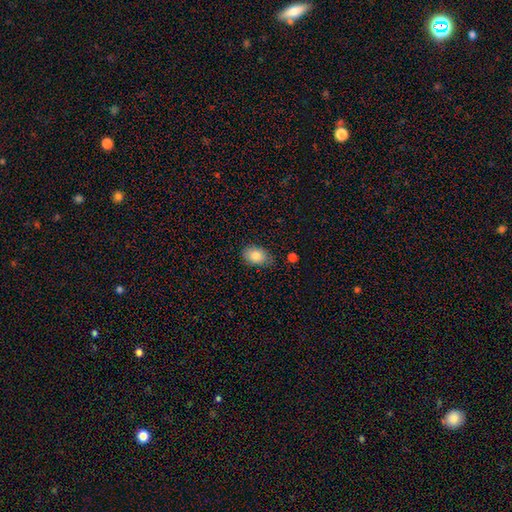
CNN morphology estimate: The model was most divided on "merging": none: 76%, minor disturbance: 19%, major disturbance: 3%, merger: 2%. More confident: smooth or featured — smooth (84%); how rounded — in between (81%).